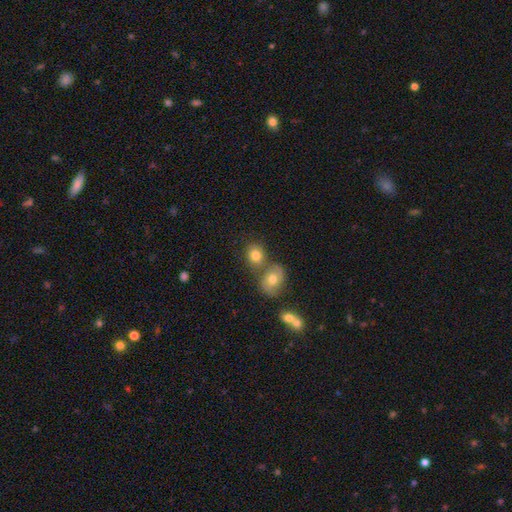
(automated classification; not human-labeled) smooth 71%, featured or disk 17%, star or artifact 12%. Down the decision tree: how rounded — round (68%); merging — none (55%).